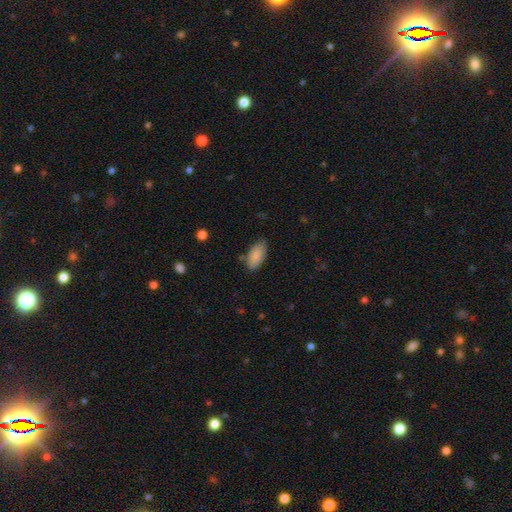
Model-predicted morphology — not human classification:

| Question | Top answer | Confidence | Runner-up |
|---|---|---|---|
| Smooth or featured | smooth | 86% | featured or disk (7%) |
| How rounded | in between | 92% | cigar-shaped (6%) |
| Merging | none | 78% | minor disturbance (17%) |